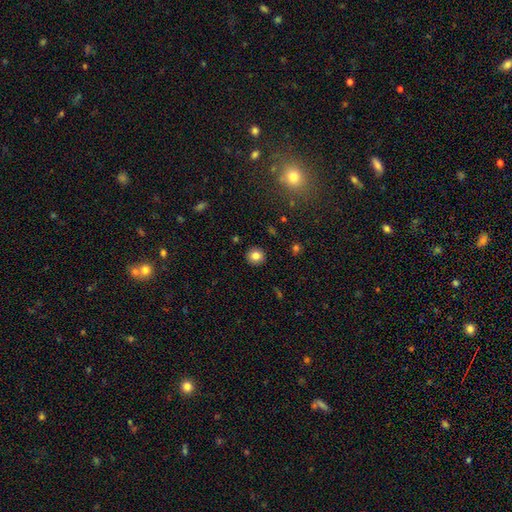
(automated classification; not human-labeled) smooth_or_featured: smooth (p=0.83) [alt: star or artifact p=0.11]
how_rounded: round (p=0.91) [alt: in between p=0.08]
merging: none (p=0.92) [alt: minor disturbance p=0.05]